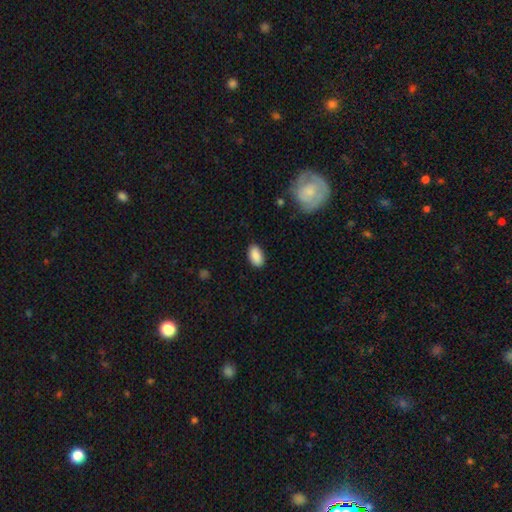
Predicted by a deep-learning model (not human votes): Morphology: type=smooth (89%); roundness=in between (94%); merging=none (85%).